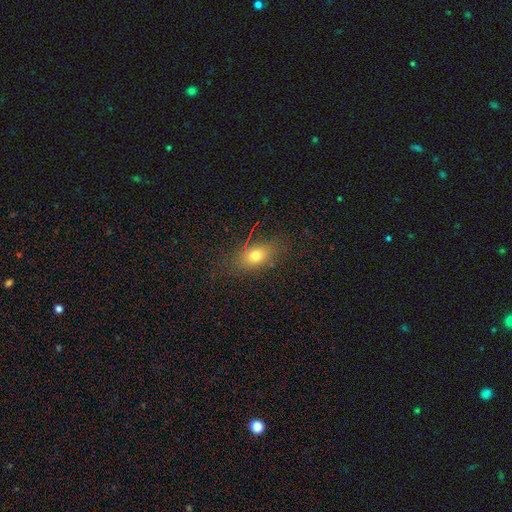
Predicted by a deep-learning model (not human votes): smooth 73%, featured or disk 14%, star or artifact 13%. Down the decision tree: how rounded — in between (76%); merging — none (76%).